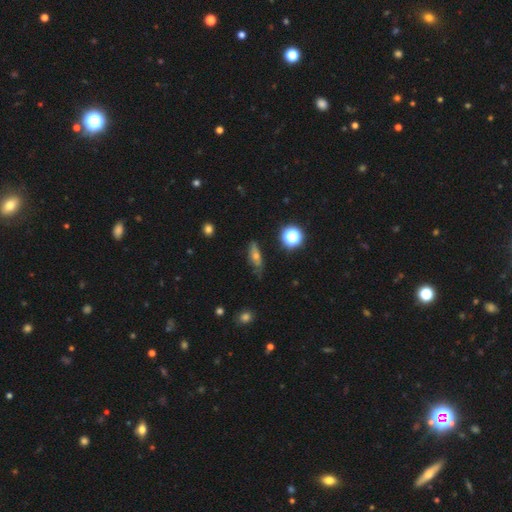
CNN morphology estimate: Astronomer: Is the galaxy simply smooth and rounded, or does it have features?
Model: smooth — 46% (runner-up: featured or disk, 36%).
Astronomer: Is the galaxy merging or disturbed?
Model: none — 67%.